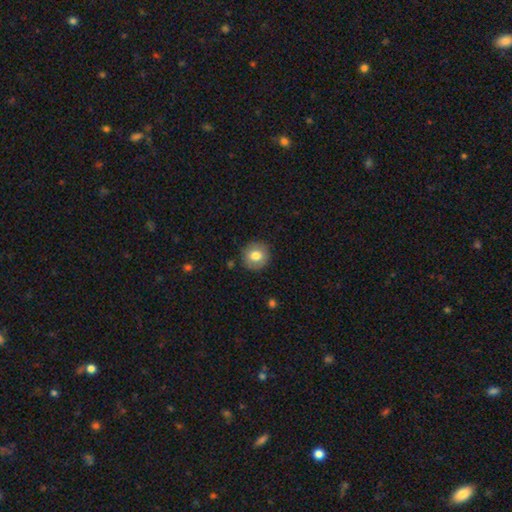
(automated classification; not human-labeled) Smooth or featured: smooth — 78% (featured or disk — 13%)
How rounded: round — 91% (in between — 8%)
Merging: none — 89% (minor disturbance — 8%)